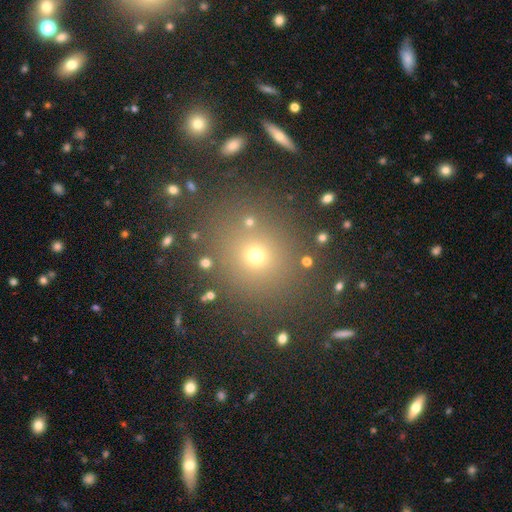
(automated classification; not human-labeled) smooth-or-featured: smooth: 61% | star or artifact: 29% | featured or disk: 10%
  how-rounded: round: 81% | in between: 18% | cigar-shaped: 1%
  merging: none: 83% | minor disturbance: 8% | merger: 5% | major disturbance: 4%